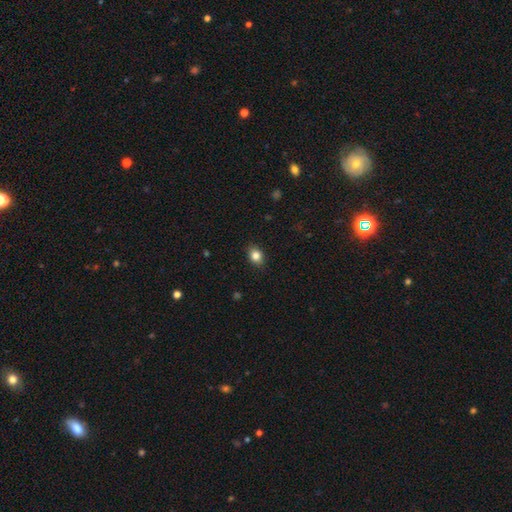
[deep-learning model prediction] Overall: smooth (84%). How rounded: in between (61%; round 38%). Merging: none (87%).